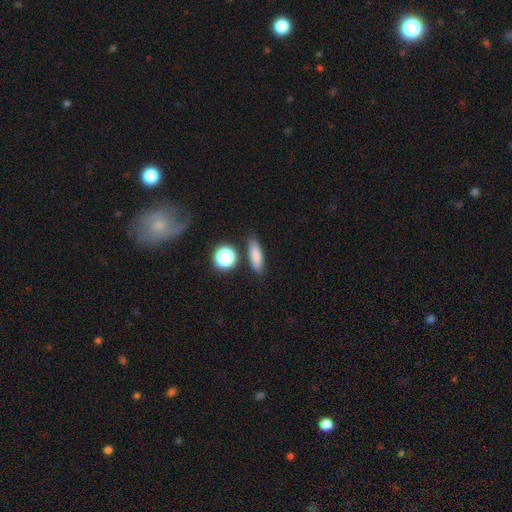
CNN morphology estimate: The model was most divided on "how rounded": cigar-shaped: 48%, in between: 41%, round: 11%. More confident: merging — none (83%); smooth or featured — smooth (79%).